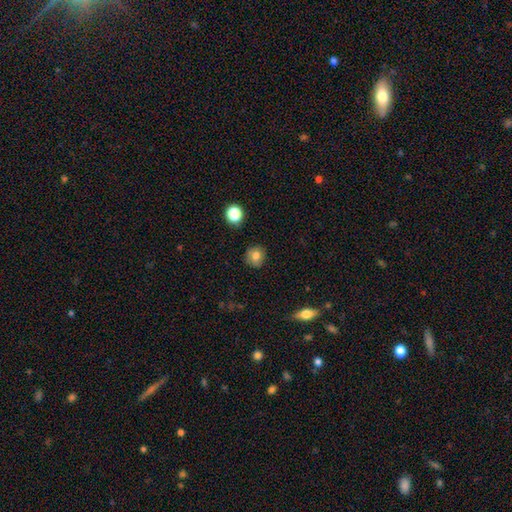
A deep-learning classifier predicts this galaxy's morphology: This appears to be a smooth galaxy with no disk features (78%) that is round (84%). Merging: none (83%).